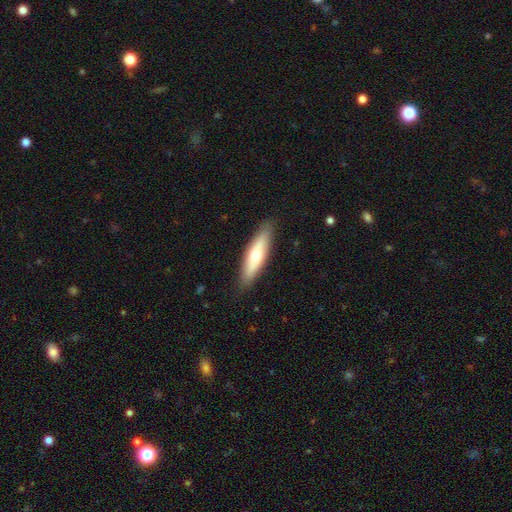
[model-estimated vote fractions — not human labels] This appears to be a smooth galaxy with no disk features (58%) that is cigar-shaped (63%). Merging: none (87%).